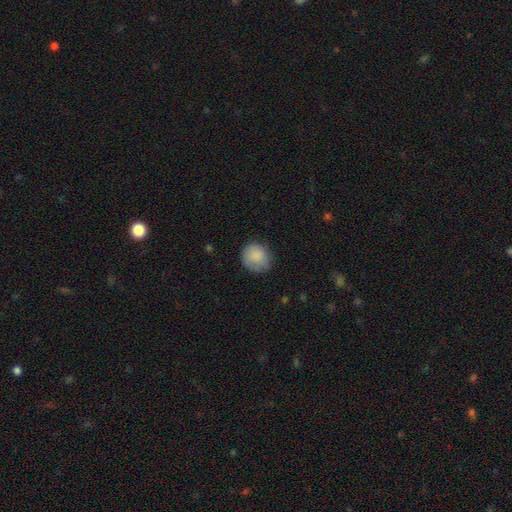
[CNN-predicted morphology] type=smooth (87%); roundness=round (84%); merging=none (77%).